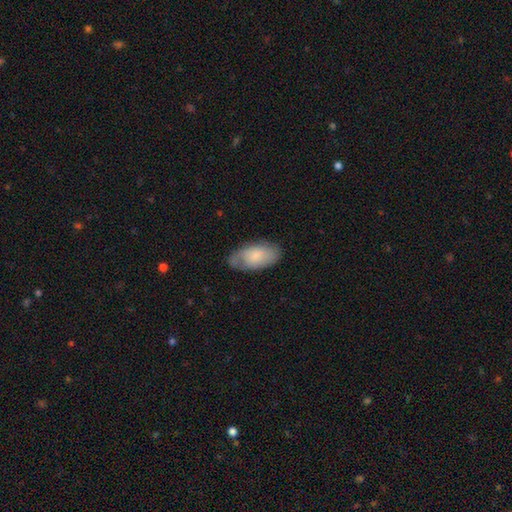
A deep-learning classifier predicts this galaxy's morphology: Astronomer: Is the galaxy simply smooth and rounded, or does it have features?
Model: smooth — 68%.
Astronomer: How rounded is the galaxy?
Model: in between — 94%.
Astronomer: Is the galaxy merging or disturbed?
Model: none — 70%.